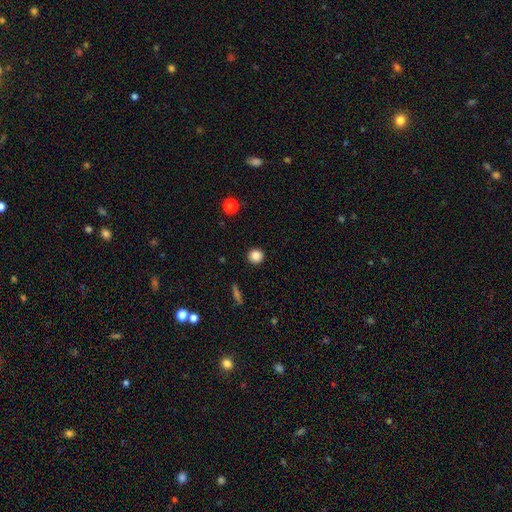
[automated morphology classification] Overall: smooth (86%). How rounded: round (93%). Merging: none (92%).